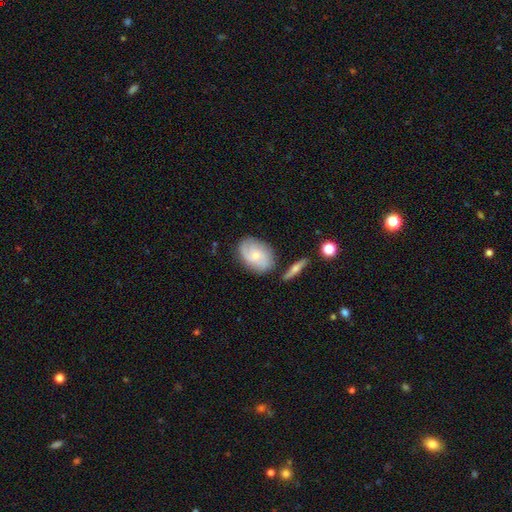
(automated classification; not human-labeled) Q: Smooth or featured?
A: featured or disk (61%); runner-up: smooth (33%)
Q: Edge-on disk?
A: no (95%); runner-up: yes (5%)
Q: Bar?
A: no (73%); runner-up: weak (24%)
Q: Spiral arms?
A: yes (88%); runner-up: no (12%)
Q: Spiral winding?
A: tight (40%); tied with: medium (40%)
Q: Spiral arm count?
A: 2 (43%); runner-up: can't tell (26%)
Q: Bulge size?
A: small (65%); runner-up: moderate (31%)
Q: Merging?
A: none (72%); runner-up: minor disturbance (18%)